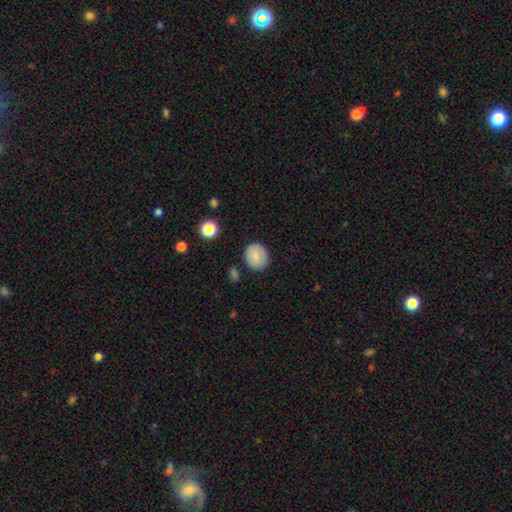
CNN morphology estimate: Smooth or featured? smooth (82%)
How rounded? round (65%)
Merging? none (85%)